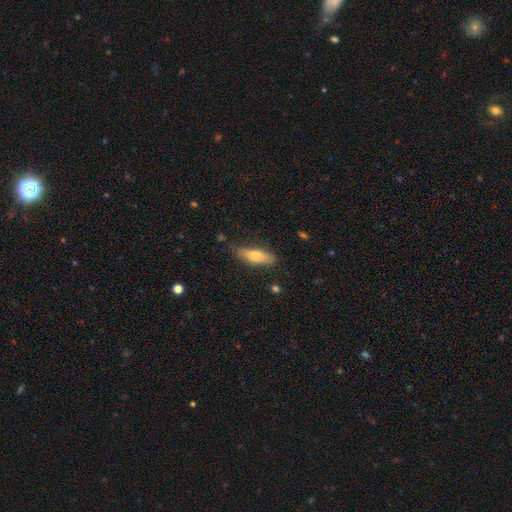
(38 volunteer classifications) smooth_or_featured: smooth (p=0.82) [alt: featured or disk p=0.13]
how_rounded: in between (p=0.65) [alt: cigar-shaped p=0.35]
merging: none (p=0.86) [alt: minor disturbance p=0.11]